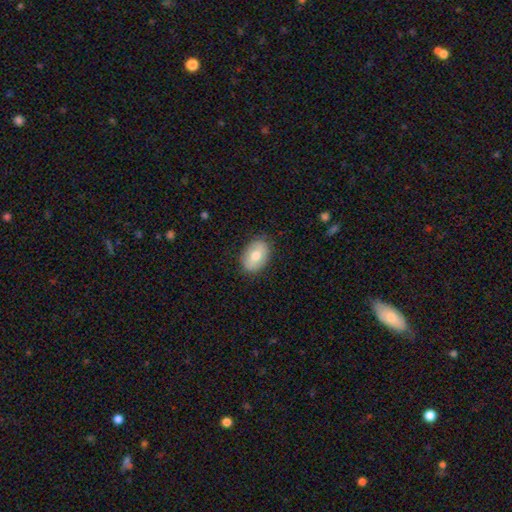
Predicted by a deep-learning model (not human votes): smooth-or-featured: smooth: 72% | featured or disk: 21% | star or artifact: 7%
  how-rounded: in between: 84% | round: 15% | cigar-shaped: 1%
  merging: none: 84% | minor disturbance: 12% | major disturbance: 3% | merger: 1%